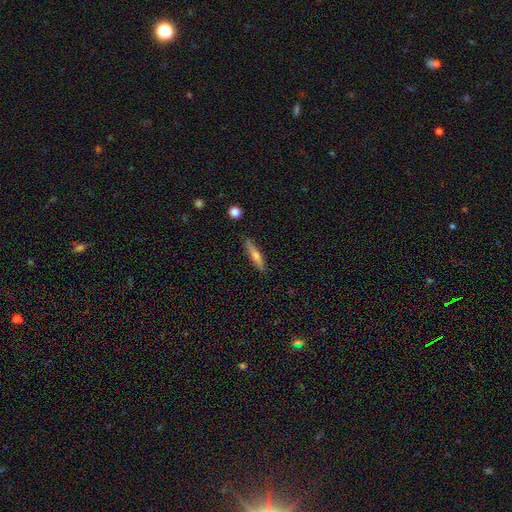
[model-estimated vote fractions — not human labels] A smooth galaxy with no disk features (60%) that is cigar-shaped (88%).

Vote fractions:
- Smooth or featured? smooth: 60% / featured or disk: 33% / star or artifact: 7%
- How rounded? cigar-shaped: 88% / in between: 10% / round: 2%
- Merging? none: 88% / minor disturbance: 9% / major disturbance: 2% / merger: 2%